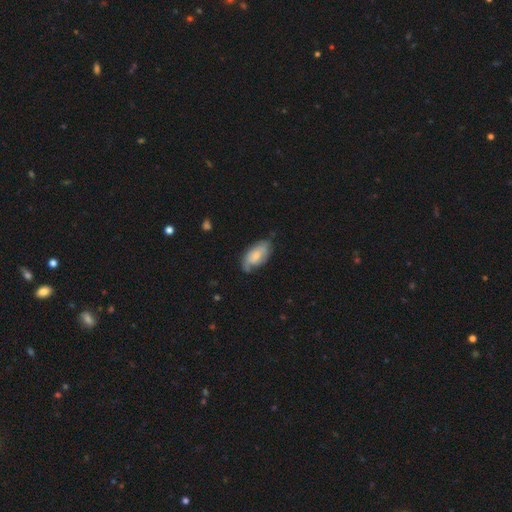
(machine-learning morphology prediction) This is possibly a smooth galaxy (55%). How rounded: clearly in between (92%). Merging: possibly none (59%).